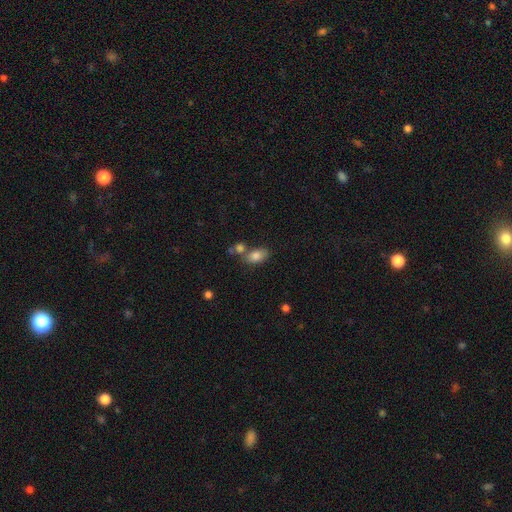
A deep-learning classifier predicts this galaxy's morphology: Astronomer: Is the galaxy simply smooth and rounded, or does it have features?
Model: smooth — 83%.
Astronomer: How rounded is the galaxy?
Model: in between — 88%.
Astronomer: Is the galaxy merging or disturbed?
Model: none — 56%.